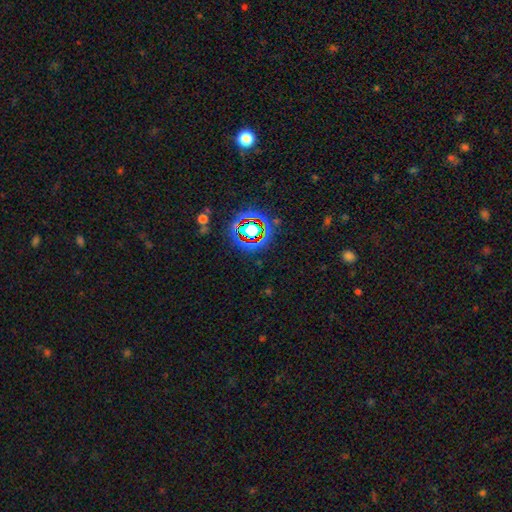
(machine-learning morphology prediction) Smooth or featured? star or artifact (74%)